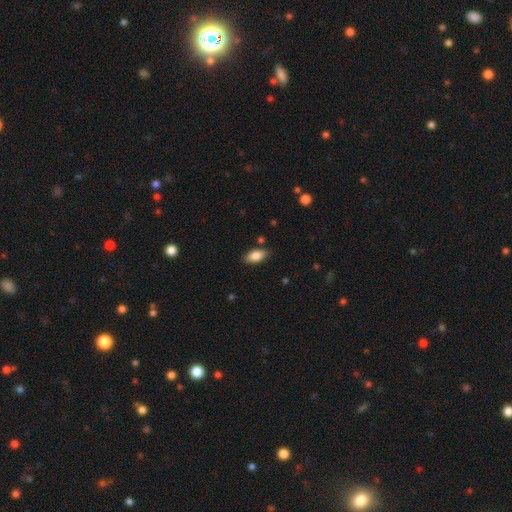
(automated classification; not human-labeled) Smooth or featured?
  - smooth: 86% *
  - star or artifact: 7%
  - featured or disk: 7%
How rounded?
  - in between: 91% *
  - cigar-shaped: 5%
  - round: 3%
Merging?
  - none: 84% *
  - minor disturbance: 12%
  - major disturbance: 3%
  - merger: 2%